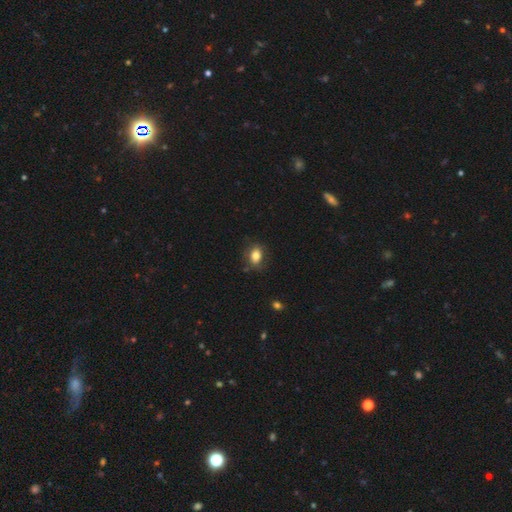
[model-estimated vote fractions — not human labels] Smooth or featured? smooth (79%)
How rounded? in between (72%)
Merging? none (77%)